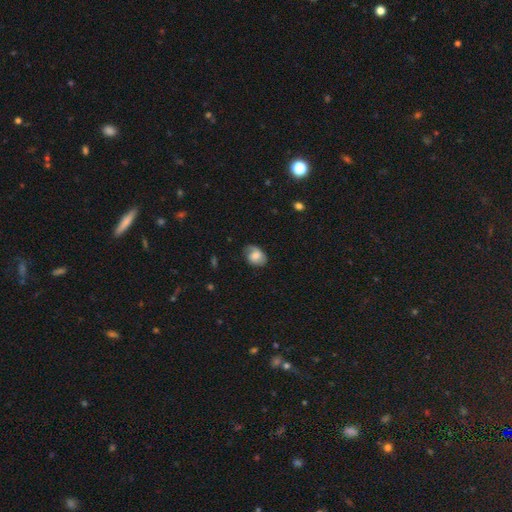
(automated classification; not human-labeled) Overall: smooth (60%; featured or disk 32%). How rounded: in between (65%; round 34%). Merging: none (60%; minor disturbance 29%).